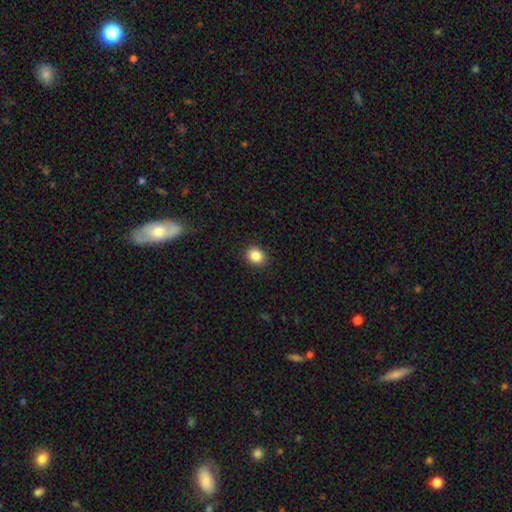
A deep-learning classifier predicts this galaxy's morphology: Smooth or featured: smooth — 87% (star or artifact — 9%)
How rounded: round — 62% (in between — 37%)
Merging: none — 90% (minor disturbance — 7%)